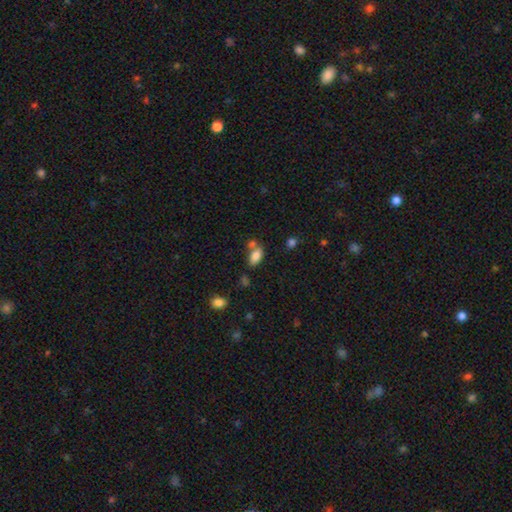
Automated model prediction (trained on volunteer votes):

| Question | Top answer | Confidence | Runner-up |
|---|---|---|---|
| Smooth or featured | smooth | 83% | star or artifact (9%) |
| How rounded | in between | 91% | round (5%) |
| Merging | none | 49% | merger (31%) |